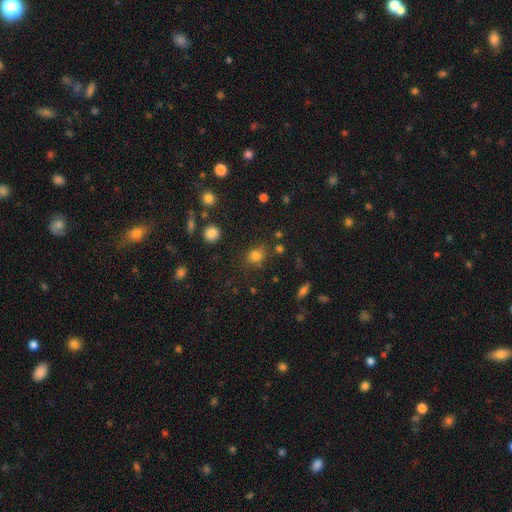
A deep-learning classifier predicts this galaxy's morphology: type=smooth (80%); roundness=round (66%); merging=none (79%).